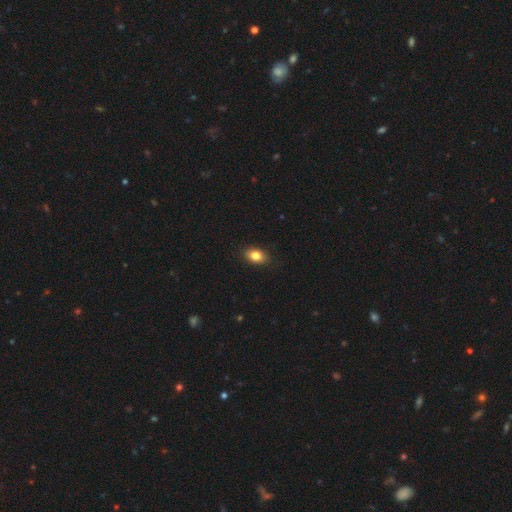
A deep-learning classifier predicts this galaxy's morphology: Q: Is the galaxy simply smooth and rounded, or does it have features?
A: smooth — 83%.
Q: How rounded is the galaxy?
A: in between — 84%.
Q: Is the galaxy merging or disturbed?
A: none — 88%.